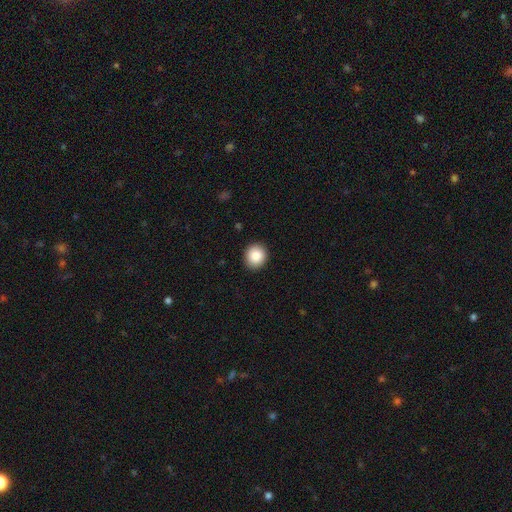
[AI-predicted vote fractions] smooth-or-featured: smooth: 85% | star or artifact: 9% | featured or disk: 7%
  how-rounded: round: 84% | in between: 15% | cigar-shaped: 1%
  merging: none: 91% | minor disturbance: 6% | major disturbance: 2% | merger: 1%